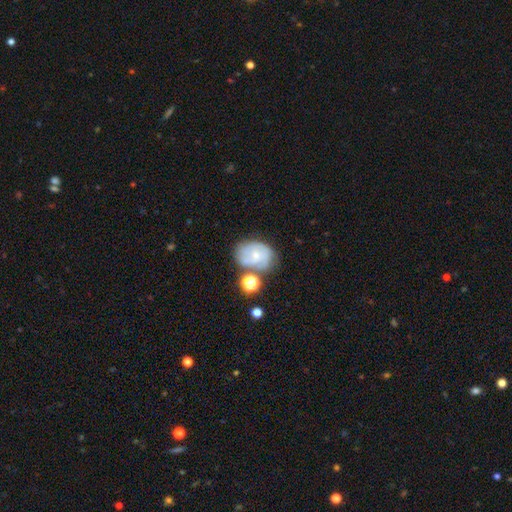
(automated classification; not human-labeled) featured or disk 54%, smooth 36%, star or artifact 10%. Down the decision tree: edge-on disk — no (97%); bar — no (73%); spiral arms — yes (75%); bulge size — small (68%); merging — none (50%).